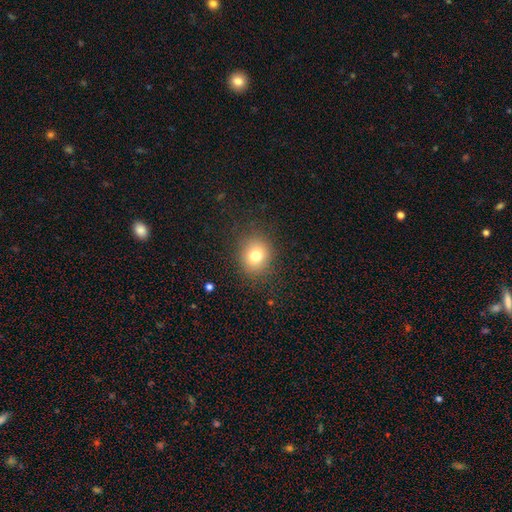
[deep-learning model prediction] This appears to be a smooth galaxy with no disk features (77%) that is round (75%). Merging: none (86%).